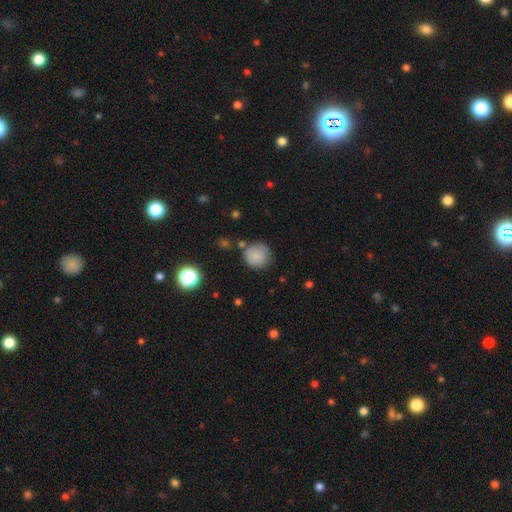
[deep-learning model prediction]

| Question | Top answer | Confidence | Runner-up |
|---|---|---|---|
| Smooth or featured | smooth | 84% | star or artifact (10%) |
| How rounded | round | 90% | in between (9%) |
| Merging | none | 74% | minor disturbance (17%) |